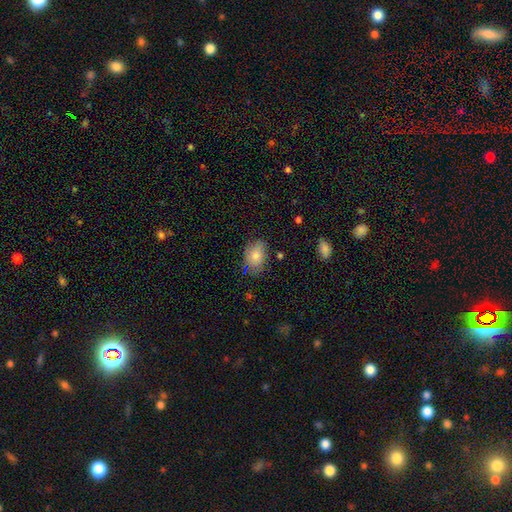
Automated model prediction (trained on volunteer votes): Overall: smooth (80%). How rounded: in between (80%). Merging: none (71%).